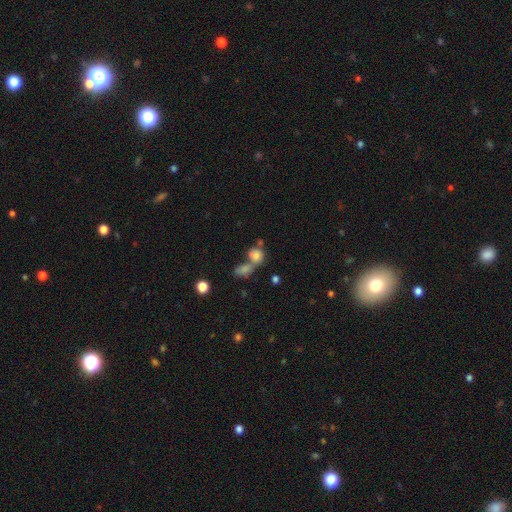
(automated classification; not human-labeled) smooth-or-featured: smooth: 78% | star or artifact: 11% | featured or disk: 11%
  how-rounded: round: 69% | in between: 29% | cigar-shaped: 2%
  merging: merger: 52% | none: 34% | minor disturbance: 9% | major disturbance: 5%